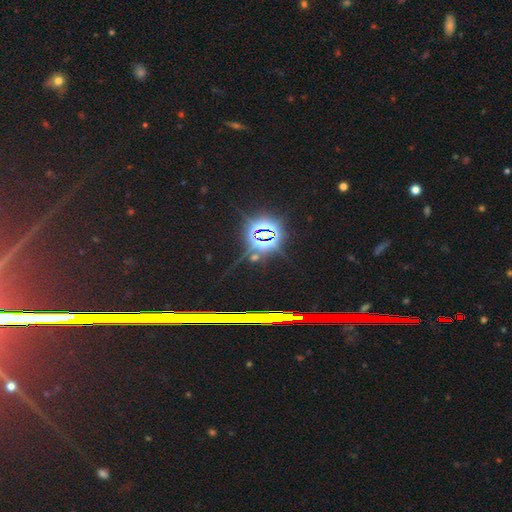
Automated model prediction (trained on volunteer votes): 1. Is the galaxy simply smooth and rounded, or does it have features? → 80% star or artifact, 13% smooth, 8% featured or disk.